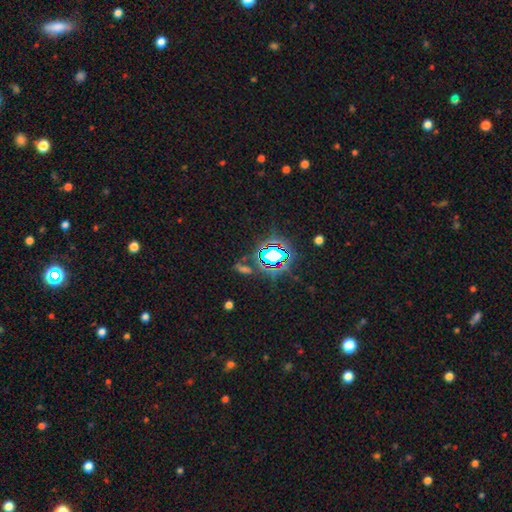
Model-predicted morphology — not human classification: smooth_or_featured: star or artifact (p=0.79) [alt: smooth p=0.12]